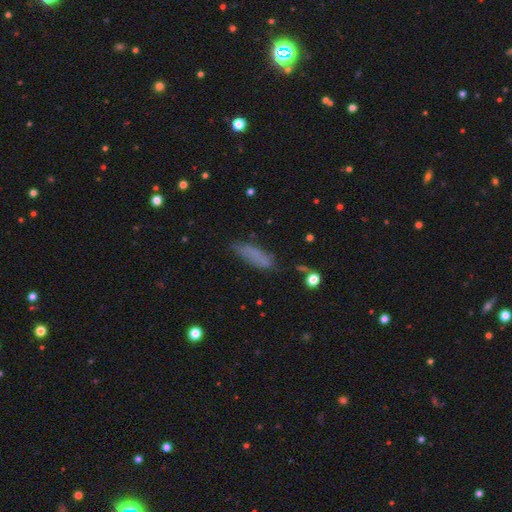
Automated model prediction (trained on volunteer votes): This appears to be a smooth galaxy with no disk features (72%) that is cigar-shaped (51%). Merging: none (66%).